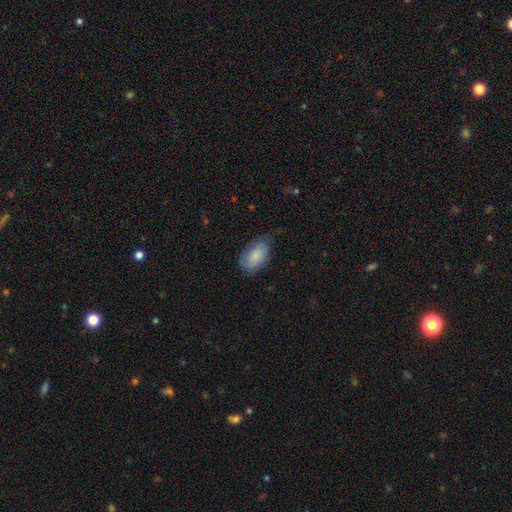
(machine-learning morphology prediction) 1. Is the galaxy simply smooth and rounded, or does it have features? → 72% smooth, 22% featured or disk, 7% star or artifact.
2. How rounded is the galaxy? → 93% in between, 5% round, 2% cigar-shaped.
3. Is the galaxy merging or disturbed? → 59% none, 30% minor disturbance, 10% major disturbance, 1% merger.